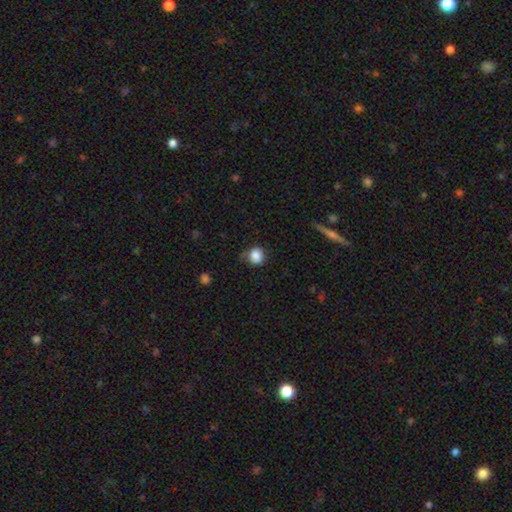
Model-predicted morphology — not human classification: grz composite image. It shows a smooth galaxy with no disk features (85%) that is round (81%). Merging: none (66%).